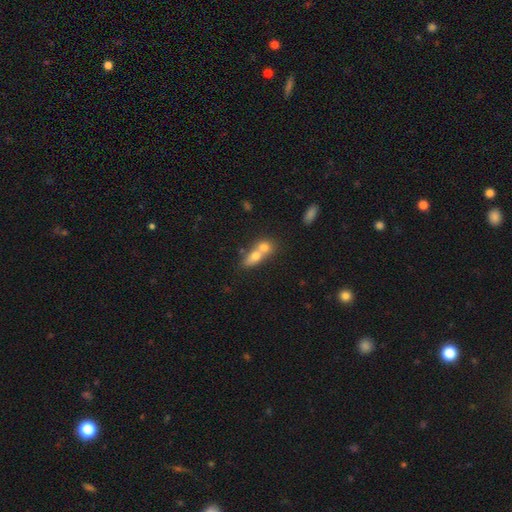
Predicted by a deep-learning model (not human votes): Smooth or featured? smooth (67%)
How rounded? in between (58%)
Merging? merger (69%)